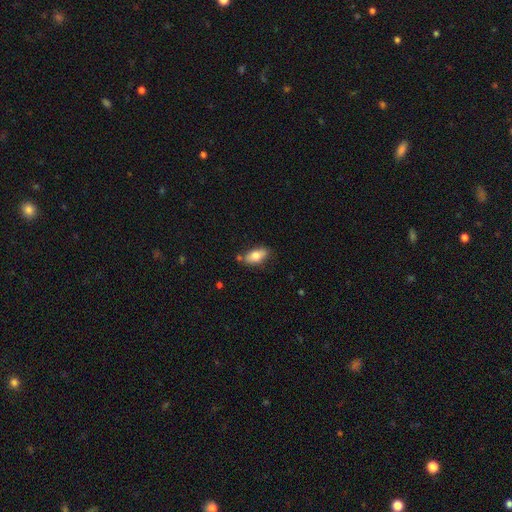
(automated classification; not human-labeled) smooth_or_featured: smooth (p=0.76) [alt: featured or disk p=0.17]
how_rounded: in between (p=0.87) [alt: cigar-shaped p=0.09]
merging: none (p=0.73) [alt: minor disturbance p=0.18]